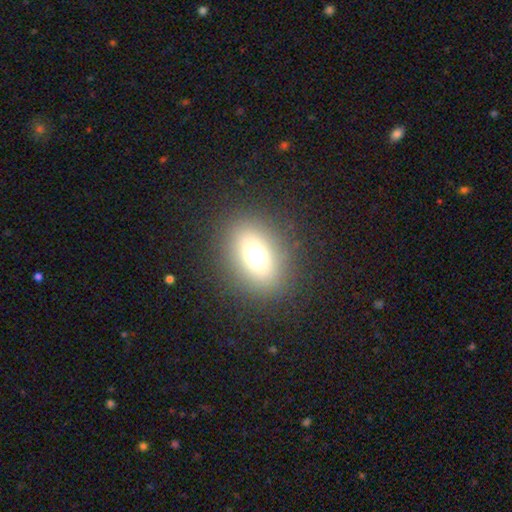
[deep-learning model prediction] Overall: smooth (64%). How rounded: in between (51%; round 47%). Merging: none (86%).